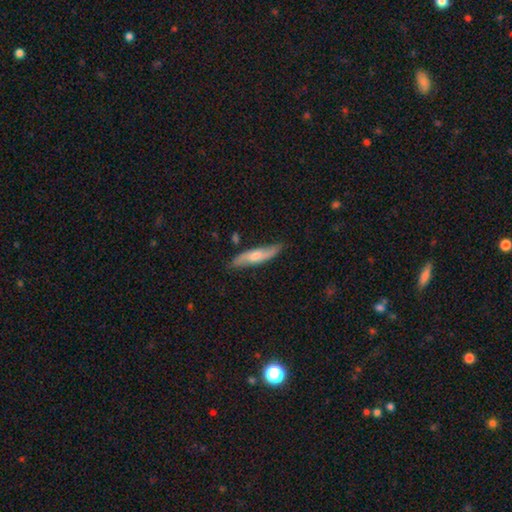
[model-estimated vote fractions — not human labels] Smooth or featured?
  - featured or disk: 51% *
  - smooth: 44%
  - star or artifact: 6%
Edge-on disk?
  - yes: 51% *
  - no: 49%
Merging?
  - none: 79% *
  - minor disturbance: 16%
  - major disturbance: 3%
  - merger: 2%